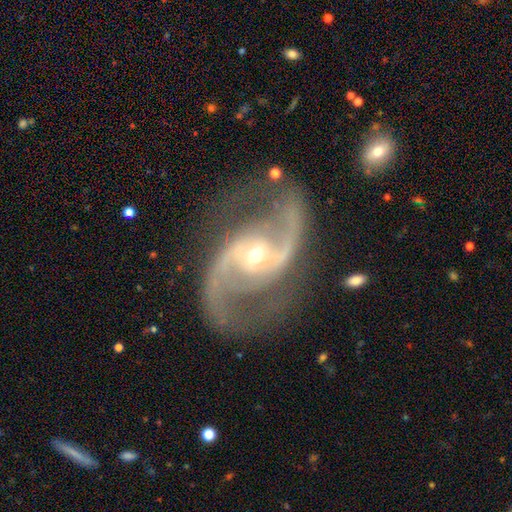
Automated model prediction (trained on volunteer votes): featured or disk 93%, star or artifact 5%, smooth 2%. Down the decision tree: edge-on disk — no (98%); bar — no (39%); spiral arms — yes (98%); spiral arm count — 2 (94%); spiral winding — medium (53%); bulge size — small (60%); merging — none (80%).